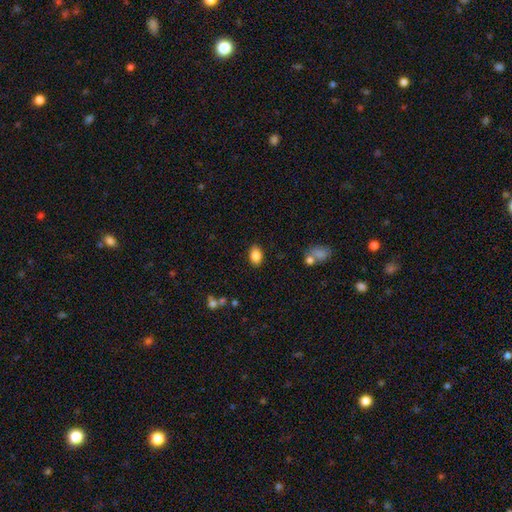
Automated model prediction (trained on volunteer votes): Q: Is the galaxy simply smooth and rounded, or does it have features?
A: smooth — 86%.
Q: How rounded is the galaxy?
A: in between — 85%.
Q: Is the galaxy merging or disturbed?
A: none — 86%.